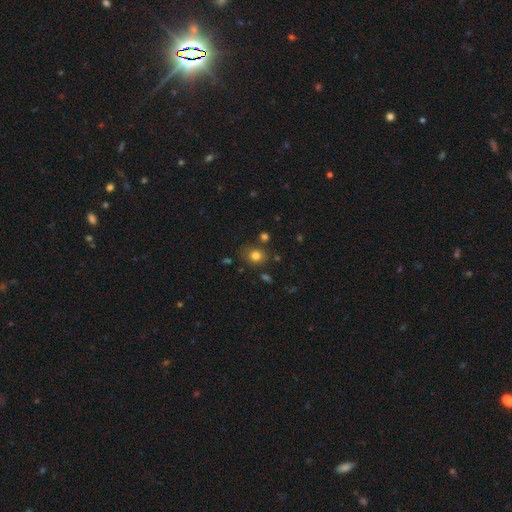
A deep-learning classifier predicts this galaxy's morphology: This is likely a smooth galaxy (78%). How rounded: likely round (66%). Merging: likely none (78%).